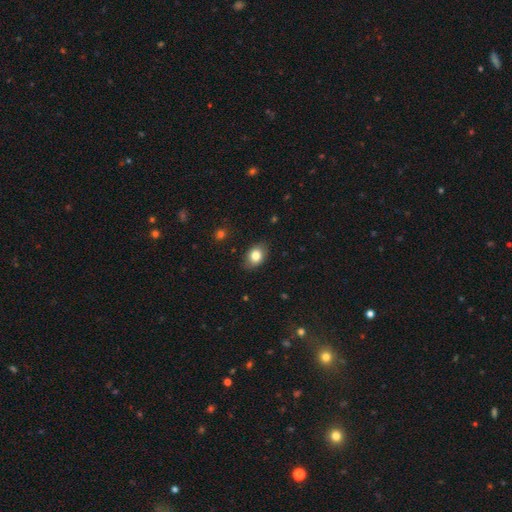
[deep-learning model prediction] This appears to be a smooth galaxy with no disk features (82%) that is in between round and cigar-shaped (73%). Merging: none (84%).